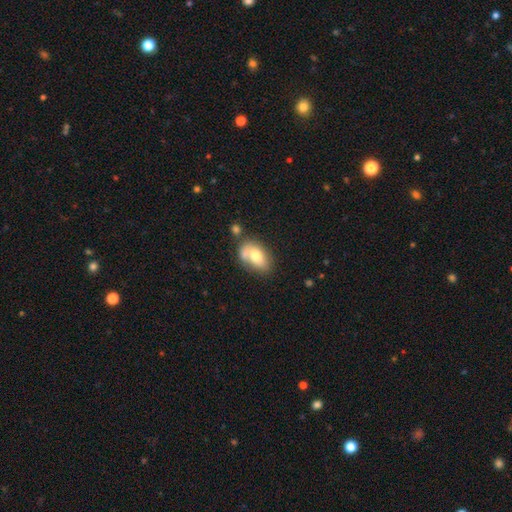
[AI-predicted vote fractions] Q: Smooth or featured?
A: smooth (68%); runner-up: featured or disk (24%)
Q: How rounded?
A: in between (85%); runner-up: round (13%)
Q: Merging?
A: none (41%); runner-up: merger (29%)